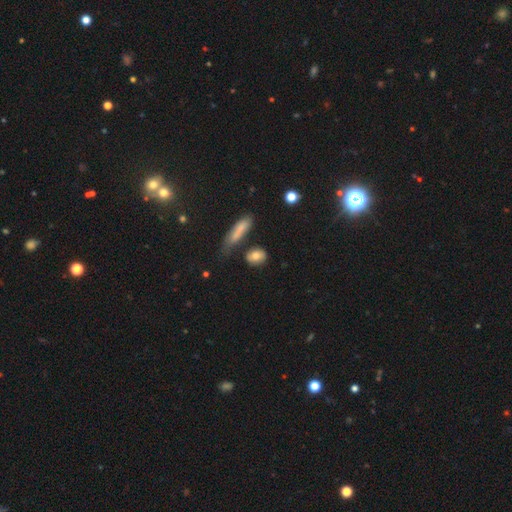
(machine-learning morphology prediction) smooth_or_featured: smooth (p=0.77) [alt: featured or disk p=0.14]
how_rounded: in between (p=0.51) [alt: round p=0.39]
merging: none (p=0.71) [alt: minor disturbance p=0.16]